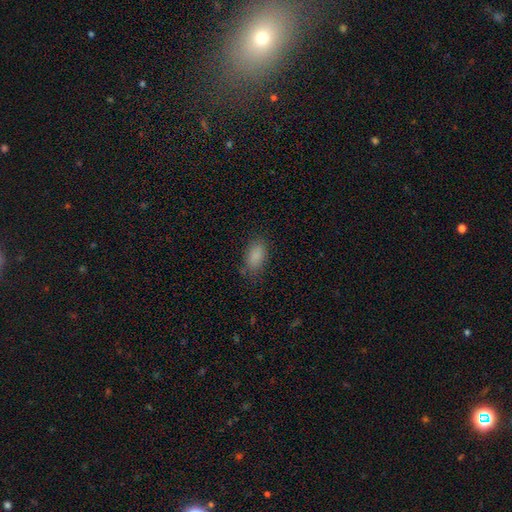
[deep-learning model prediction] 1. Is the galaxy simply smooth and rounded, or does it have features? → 86% smooth, 9% star or artifact, 4% featured or disk.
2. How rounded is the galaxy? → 91% in between, 7% round, 3% cigar-shaped.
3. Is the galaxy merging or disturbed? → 78% none, 16% minor disturbance, 5% major disturbance, 1% merger.